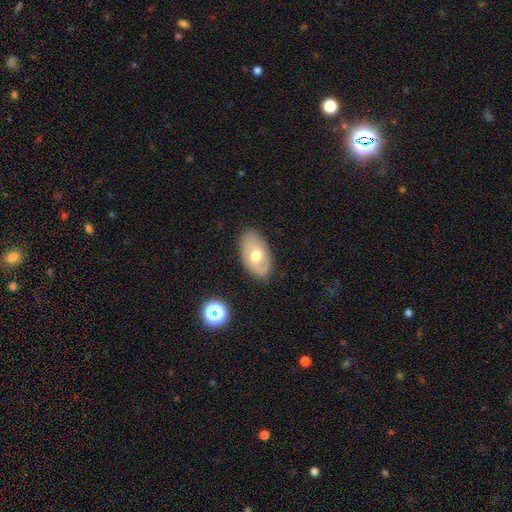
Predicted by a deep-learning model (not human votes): smooth_or_featured: smooth (p=0.55) [alt: featured or disk p=0.36]
how_rounded: in between (p=0.91) [alt: round p=0.07]
merging: none (p=0.82) [alt: minor disturbance p=0.14]